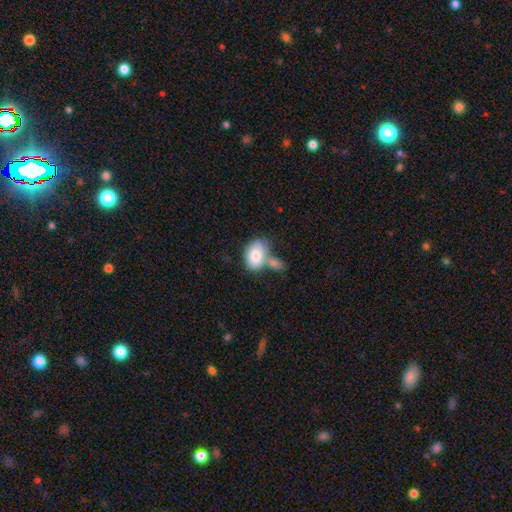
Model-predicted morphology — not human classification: smooth 77%, featured or disk 16%, star or artifact 7%. Down the decision tree: how rounded — in between (85%); merging — merger (45%).